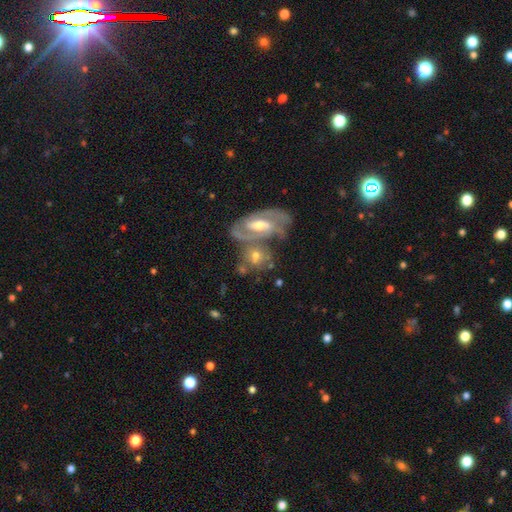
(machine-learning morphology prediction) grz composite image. It shows a featured or disk galaxy (59%) with a weak bar (41%), spiral arms (79%) and a moderate central bulge (66%). Merging: merger (43%).